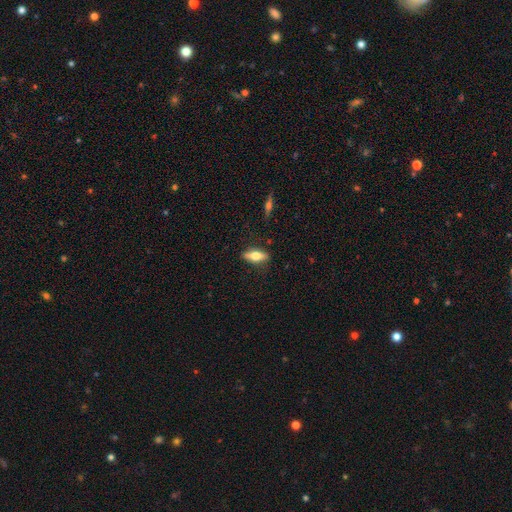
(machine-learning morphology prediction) smooth-or-featured: smooth: 52% | featured or disk: 41% | star or artifact: 7%
  how-rounded: in between: 62% | cigar-shaped: 35% | round: 3%
  merging: none: 84% | minor disturbance: 12% | major disturbance: 3% | merger: 2%